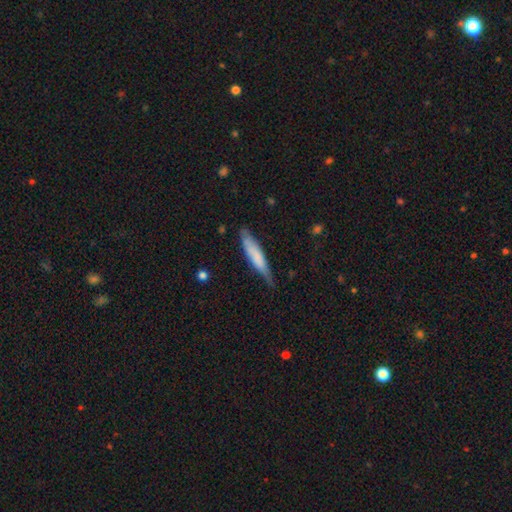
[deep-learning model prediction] Smooth or featured? Predicted: smooth (p=0.64). How rounded? Predicted: cigar-shaped (p=0.83). Merging? Predicted: none (p=0.63).